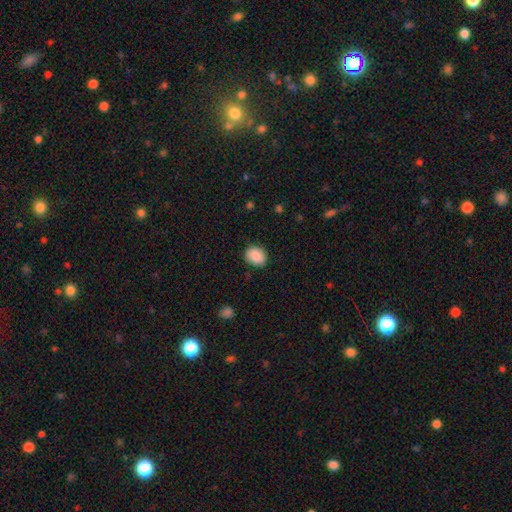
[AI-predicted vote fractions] The model was most divided on "how rounded": round: 57%, in between: 42%, cigar-shaped: 1%. More confident: smooth or featured — smooth (89%); merging — none (86%).